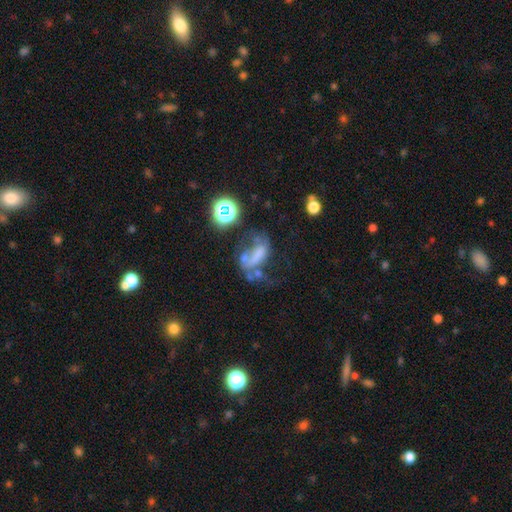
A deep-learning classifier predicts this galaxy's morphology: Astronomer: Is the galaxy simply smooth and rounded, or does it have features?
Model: featured or disk — 44% (runner-up: smooth, 33%).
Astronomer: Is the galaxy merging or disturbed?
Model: major disturbance — 43% (runner-up: none, 21%).